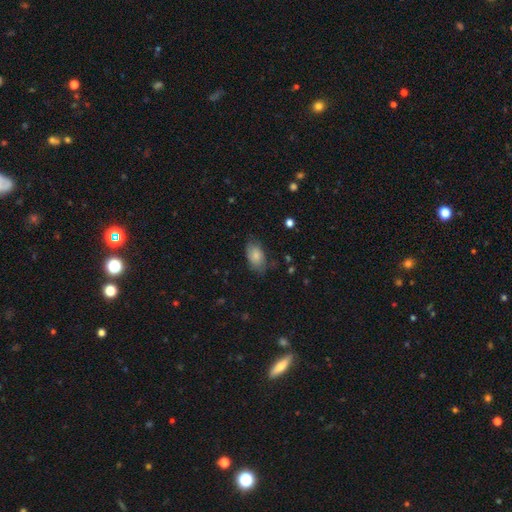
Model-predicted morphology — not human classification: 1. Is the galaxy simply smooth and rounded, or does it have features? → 77% smooth, 16% featured or disk, 7% star or artifact.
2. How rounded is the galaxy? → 90% in between, 8% round, 2% cigar-shaped.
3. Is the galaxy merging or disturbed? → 67% none, 25% minor disturbance, 7% major disturbance, 1% merger.